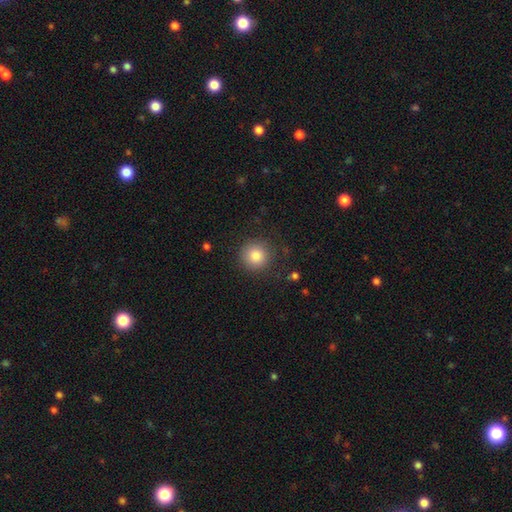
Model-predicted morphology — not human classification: smooth-or-featured: smooth: 83% | star or artifact: 10% | featured or disk: 7%
  how-rounded: round: 94% | in between: 5% | cigar-shaped: 1%
  merging: none: 87% | minor disturbance: 8% | major disturbance: 3% | merger: 1%